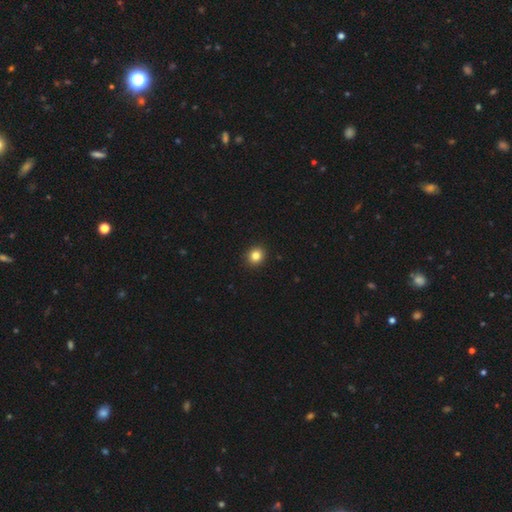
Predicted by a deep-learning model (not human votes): The model was most divided on "how rounded": round: 83%, in between: 16%, cigar-shaped: 1%. More confident: merging — none (93%); smooth or featured — smooth (83%).